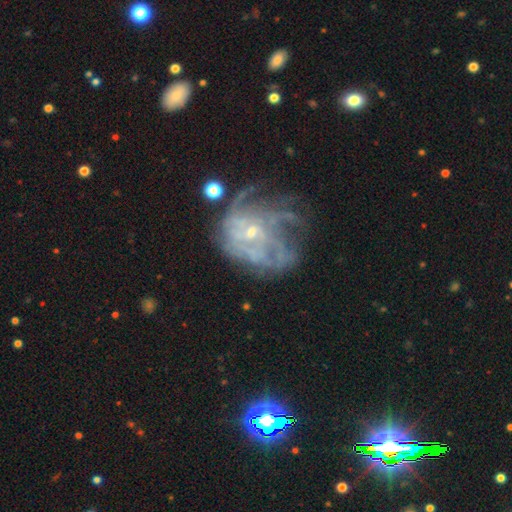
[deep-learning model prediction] This is likely a featured or disk galaxy (74%). It is clearly not viewed edge-on (97%). Bar: likely no (68%). Spiral arm pattern: likely yes (65%). Central bulge: likely small (66%). Merging: marginally major disturbance (39%).